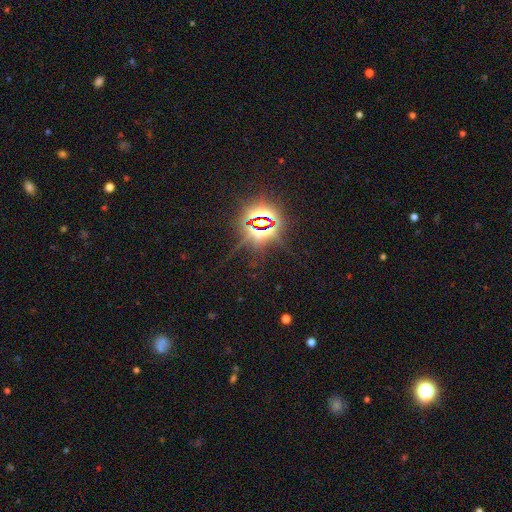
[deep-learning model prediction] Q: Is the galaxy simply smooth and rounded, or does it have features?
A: star or artifact — 83%.